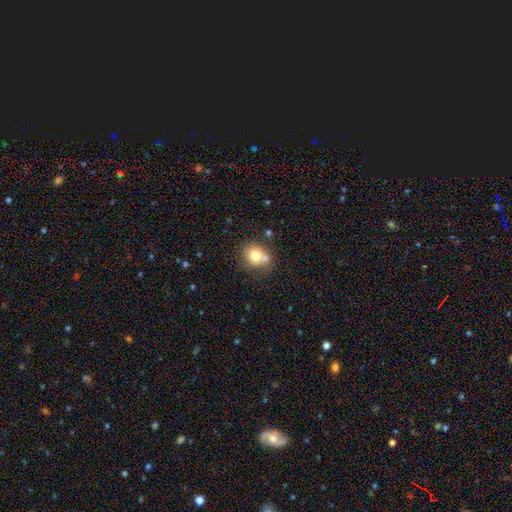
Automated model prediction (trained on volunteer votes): Smooth or featured: smooth — 74% (featured or disk — 15%)
How rounded: round — 71% (in between — 28%)
Merging: none — 55% (merger — 25%)